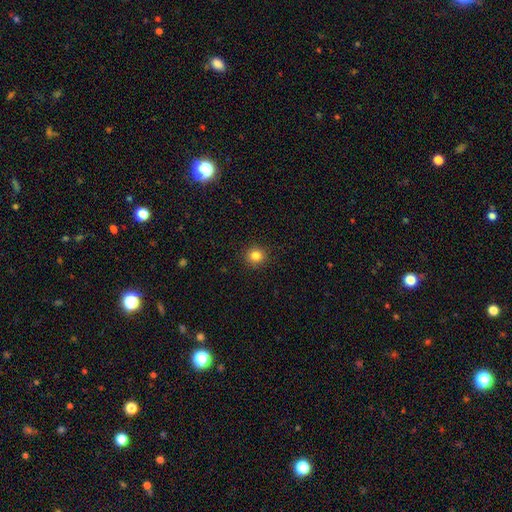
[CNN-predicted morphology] A smooth galaxy with no disk features (83%) that is round (92%). Merging: none (91%).